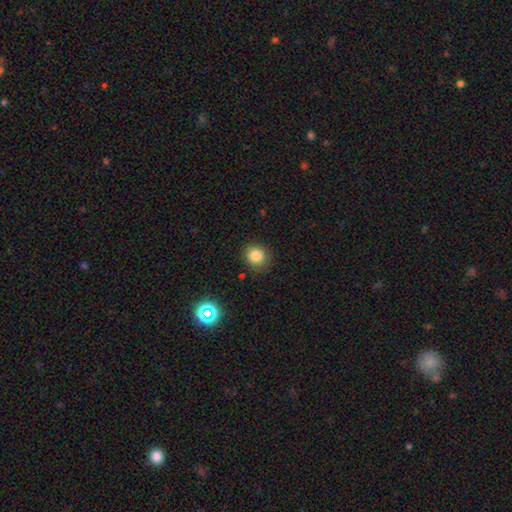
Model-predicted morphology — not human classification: smooth 82%, star or artifact 12%, featured or disk 6%. Down the decision tree: how rounded — round (82%); merging — none (86%).